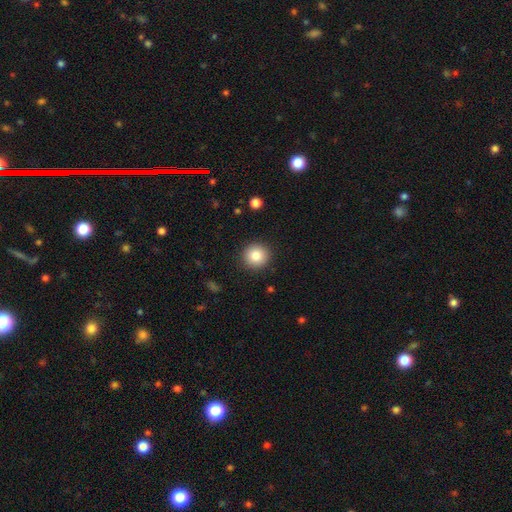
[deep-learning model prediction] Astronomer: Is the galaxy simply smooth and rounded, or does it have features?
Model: smooth — 83%.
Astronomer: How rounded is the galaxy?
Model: round — 94%.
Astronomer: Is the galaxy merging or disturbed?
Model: none — 91%.